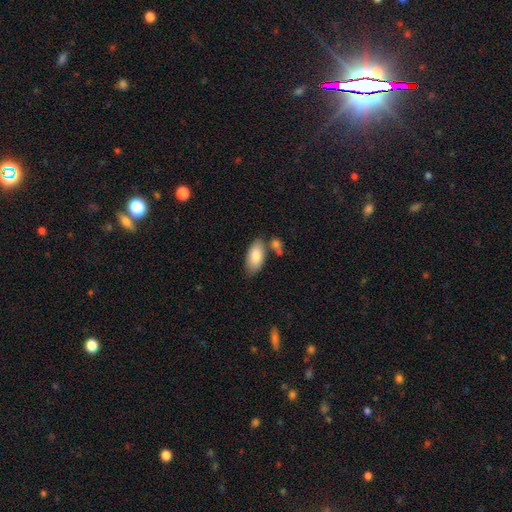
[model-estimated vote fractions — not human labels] A smooth galaxy with no disk features (82%) that is in between round and cigar-shaped (92%). Merging: none (63%).